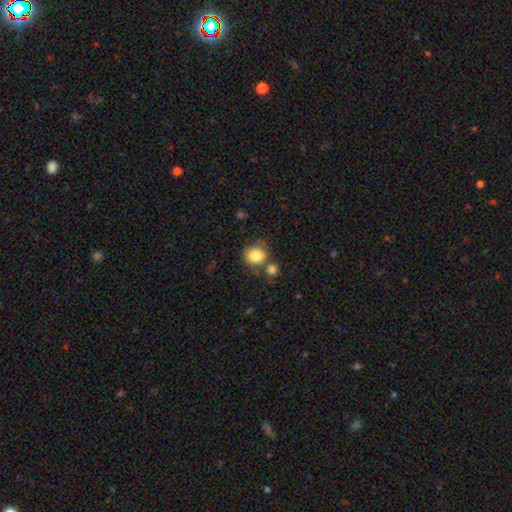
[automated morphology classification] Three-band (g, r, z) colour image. It shows a smooth galaxy with no disk features (84%) that is round (68%). Merging: none (58%).